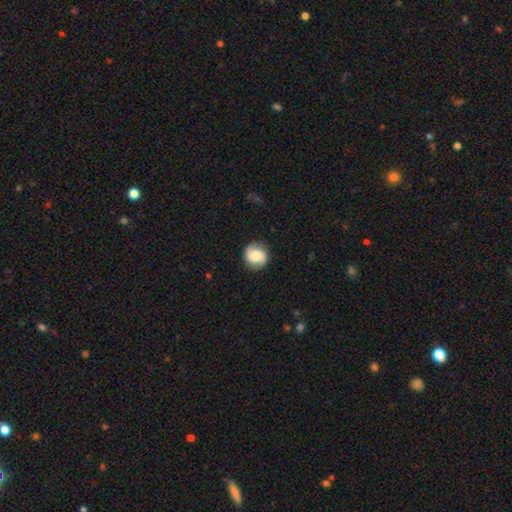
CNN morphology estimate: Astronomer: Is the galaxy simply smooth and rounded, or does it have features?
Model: featured or disk — 52% (runner-up: smooth, 40%).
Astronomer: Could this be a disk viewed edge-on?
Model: no — 98%.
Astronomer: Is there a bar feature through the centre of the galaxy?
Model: no — 52% (runner-up: weak, 38%).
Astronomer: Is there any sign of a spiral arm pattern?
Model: yes — 91%.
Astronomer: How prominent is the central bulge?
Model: moderate — 52%.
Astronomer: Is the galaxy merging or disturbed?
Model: none — 86%.